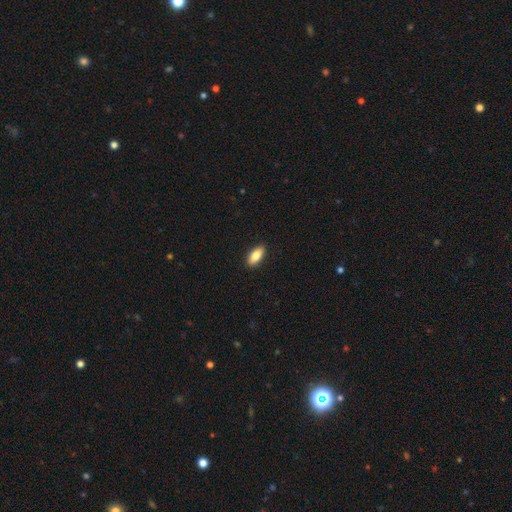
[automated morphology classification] Smooth or featured? smooth (81%)
How rounded? in between (86%)
Merging? none (90%)